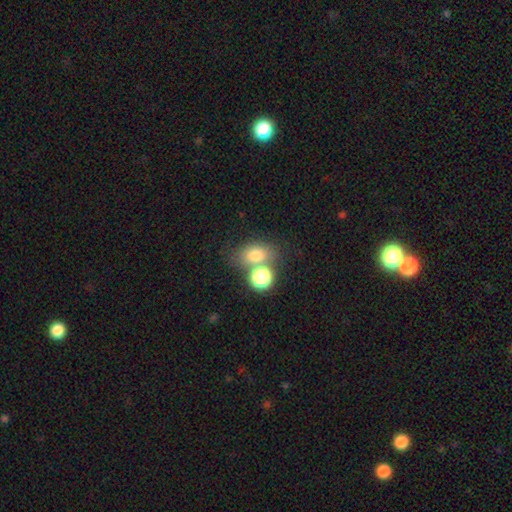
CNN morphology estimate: smooth 75%, star or artifact 13%, featured or disk 11%. Down the decision tree: how rounded — in between (60%); merging — none (51%).